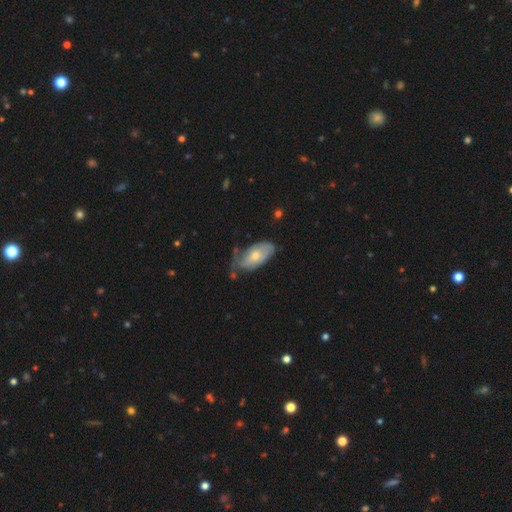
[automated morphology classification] A featured or disk galaxy (50%). Merging: none (42%).